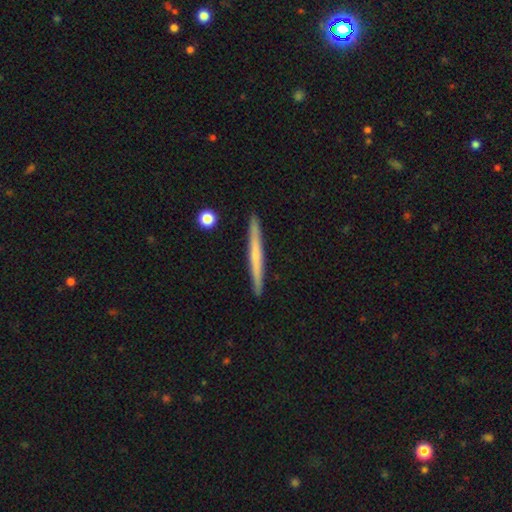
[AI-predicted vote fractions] Smooth or featured? smooth (48%)
Merging? none (92%)